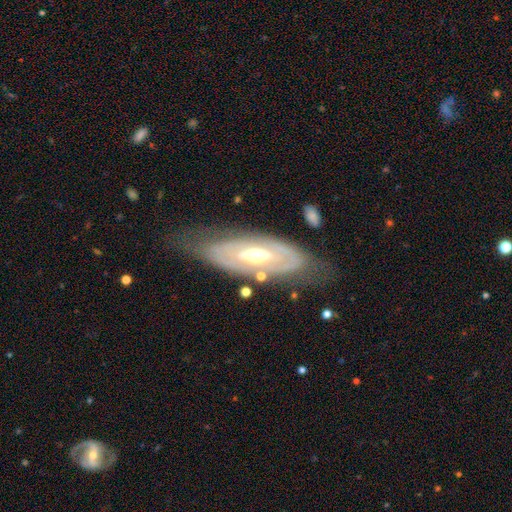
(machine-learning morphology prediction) A featured or disk galaxy (78%) with no bar (51%), spiral arms (63%) and a moderate central bulge (67%). Merging: none (67%).